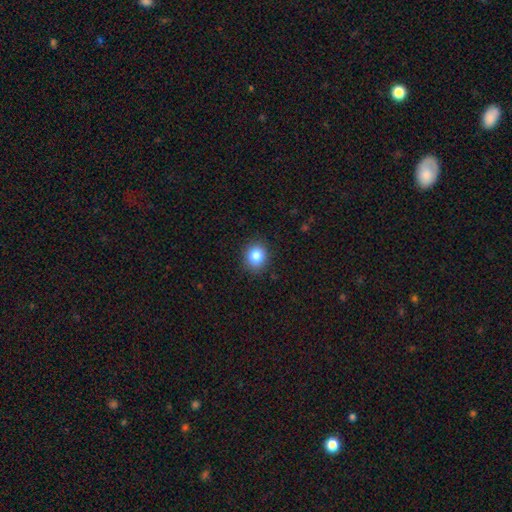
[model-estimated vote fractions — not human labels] This is clearly a smooth galaxy (85%). How rounded: likely round (73%). Merging: clearly none (88%).